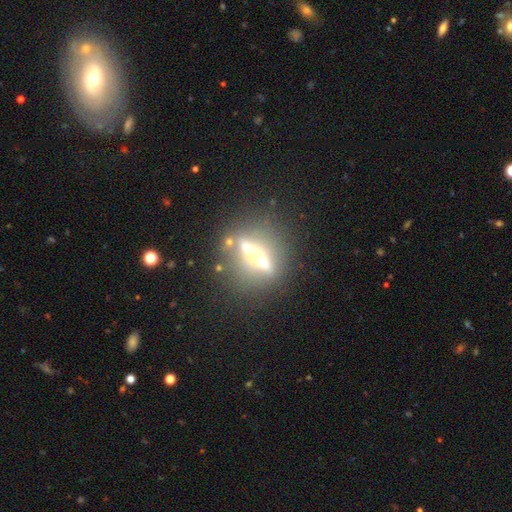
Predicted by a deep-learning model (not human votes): A featured or disk galaxy (65%) viewed edge-on (76%). Merging: none (79%).